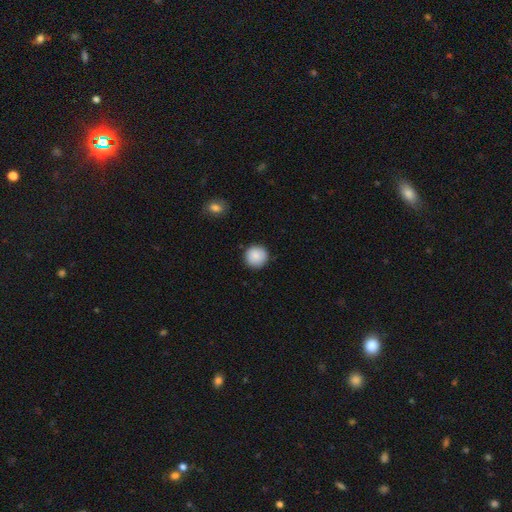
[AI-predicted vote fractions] Smooth or featured: smooth — 88% (star or artifact — 8%)
How rounded: round — 95% (in between — 4%)
Merging: none — 90% (minor disturbance — 7%)